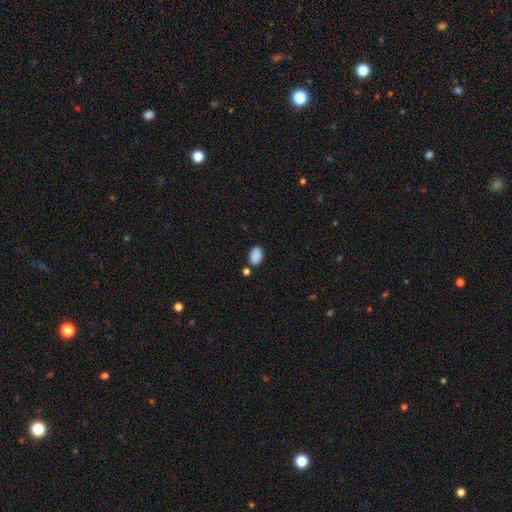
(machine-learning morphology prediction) Q: Smooth or featured?
A: smooth (87%); runner-up: star or artifact (9%)
Q: How rounded?
A: in between (86%); runner-up: round (13%)
Q: Merging?
A: none (73%); runner-up: minor disturbance (13%)